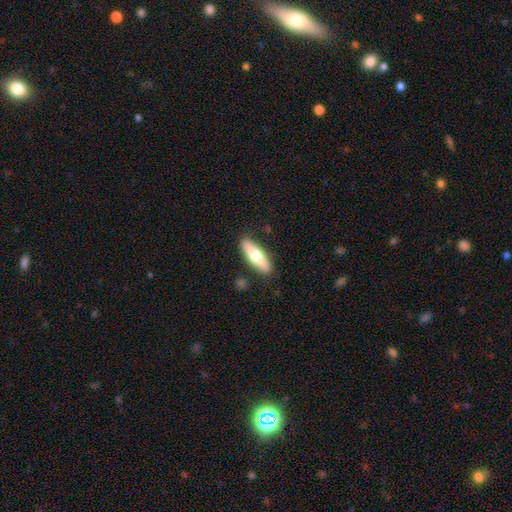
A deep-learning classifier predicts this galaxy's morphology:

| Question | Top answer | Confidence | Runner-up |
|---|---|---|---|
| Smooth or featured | smooth | 63% | featured or disk (32%) |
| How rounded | cigar-shaped | 53% | in between (45%) |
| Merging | none | 87% | minor disturbance (10%) |